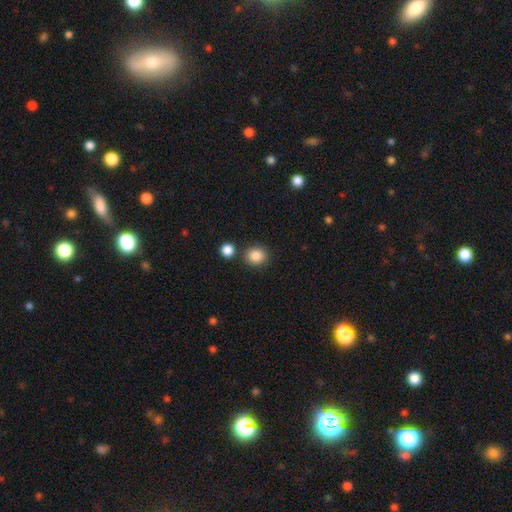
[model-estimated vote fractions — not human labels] A smooth galaxy with no disk features (87%) that is round (78%). Merging: none (81%).